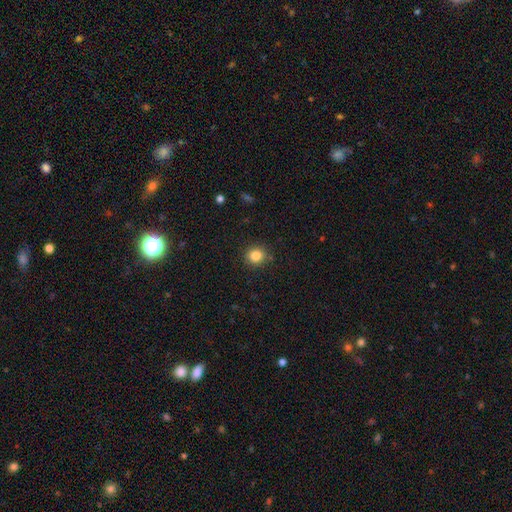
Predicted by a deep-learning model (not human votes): The model was most divided on "smooth or featured": smooth: 84%, star or artifact: 11%, featured or disk: 5%. More confident: merging — none (89%); how rounded — round (88%).